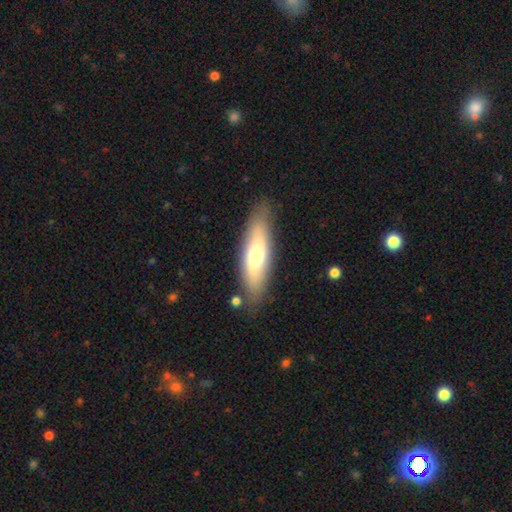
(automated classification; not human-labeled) smooth 59%, featured or disk 35%, star or artifact 6%. Down the decision tree: how rounded — cigar-shaped (54%); merging — none (83%).